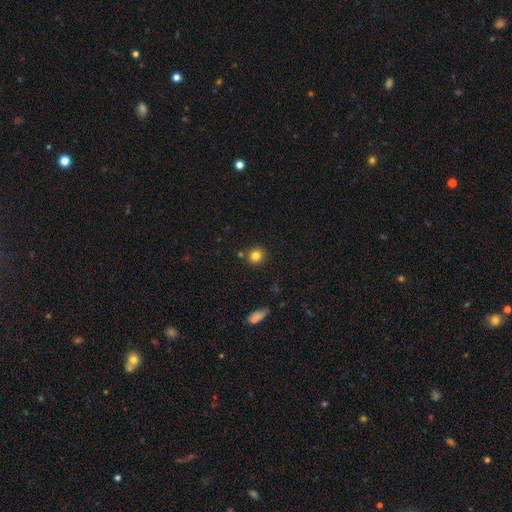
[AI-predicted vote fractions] smooth-or-featured: smooth: 82% | star or artifact: 12% | featured or disk: 7%
  how-rounded: round: 88% | in between: 11% | cigar-shaped: 1%
  merging: none: 85% | minor disturbance: 8% | merger: 5% | major disturbance: 2%